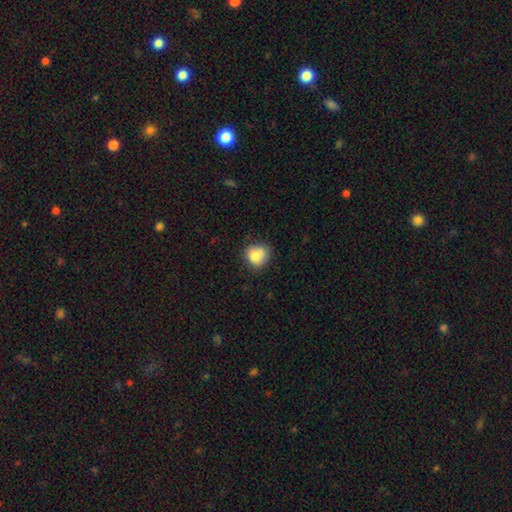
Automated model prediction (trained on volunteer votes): Morphology: type=smooth (80%); roundness=round (75%); merging=none (58%).